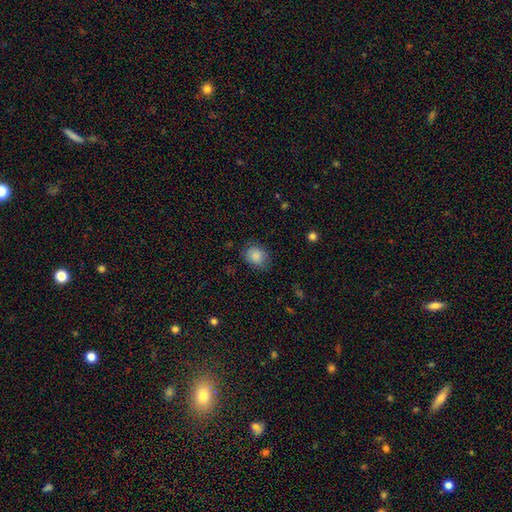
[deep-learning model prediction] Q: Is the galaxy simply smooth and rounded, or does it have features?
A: smooth — 85%.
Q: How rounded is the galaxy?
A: round — 50%.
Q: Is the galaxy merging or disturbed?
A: none — 74%.